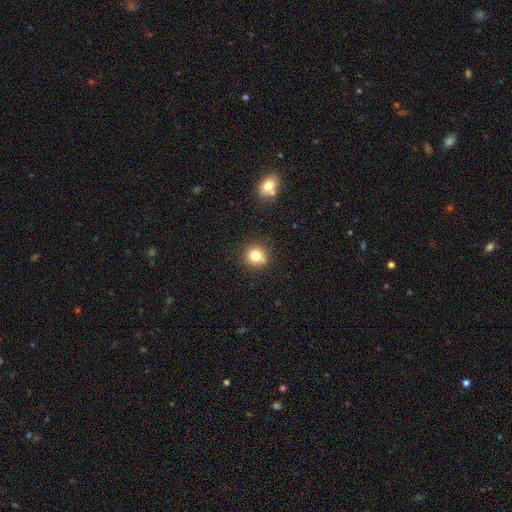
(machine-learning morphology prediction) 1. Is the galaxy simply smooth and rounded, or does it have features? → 78% smooth, 12% star or artifact, 10% featured or disk.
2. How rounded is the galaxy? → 90% round, 9% in between, 1% cigar-shaped.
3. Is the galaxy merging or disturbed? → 73% none, 14% minor disturbance, 10% merger, 3% major disturbance.